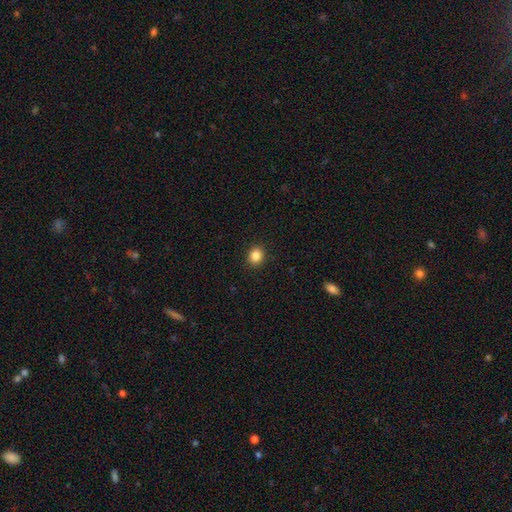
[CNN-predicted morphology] Overall: smooth (86%). How rounded: round (70%). Merging: none (91%).